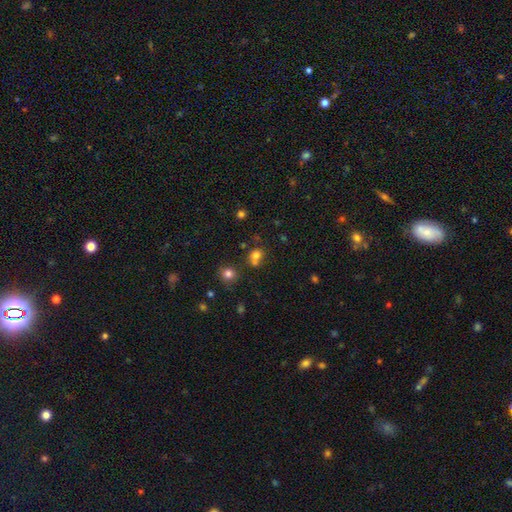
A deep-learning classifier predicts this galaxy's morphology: Q: Smooth or featured?
A: smooth (74%); runner-up: star or artifact (17%)
Q: How rounded?
A: round (76%); runner-up: in between (23%)
Q: Merging?
A: none (48%); runner-up: merger (37%)